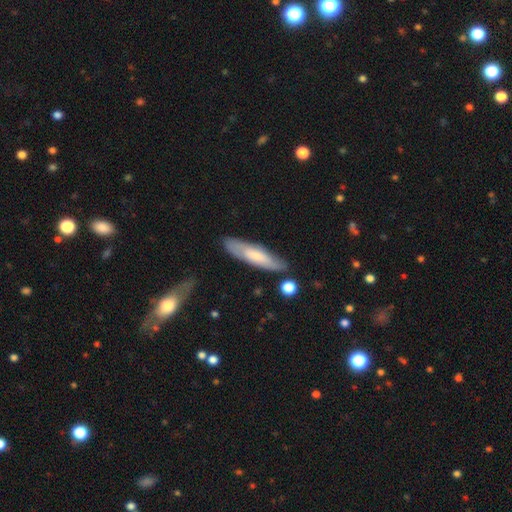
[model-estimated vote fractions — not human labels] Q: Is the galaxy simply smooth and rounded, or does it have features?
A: smooth — 58%.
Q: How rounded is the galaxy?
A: cigar-shaped — 72%.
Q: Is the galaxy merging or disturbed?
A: none — 78%.